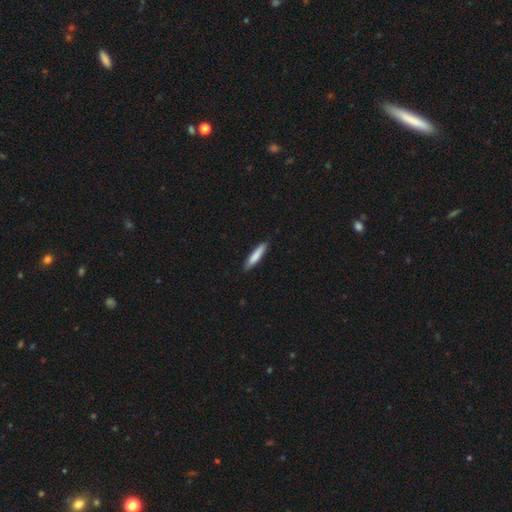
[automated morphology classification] The model was most divided on "smooth or featured": smooth: 82%, featured or disk: 13%, star or artifact: 6%. More confident: how rounded — cigar-shaped (88%); merging — none (87%).